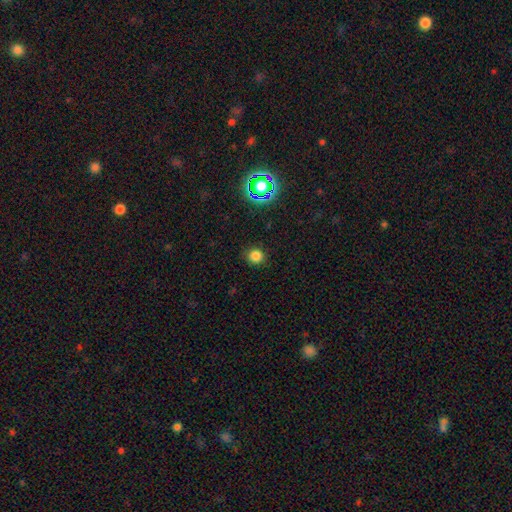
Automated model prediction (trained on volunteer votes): The model was most divided on "smooth or featured": smooth: 79%, star or artifact: 16%, featured or disk: 5%. More confident: merging — none (88%); how rounded — round (88%).